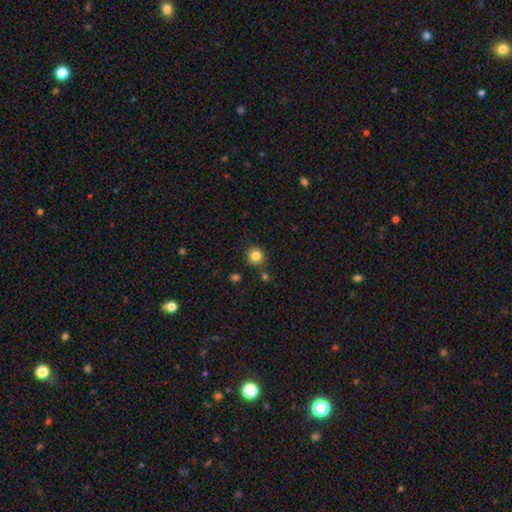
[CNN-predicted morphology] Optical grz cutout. It shows a smooth galaxy with no disk features (83%) that is round (93%). Merging: none (84%).